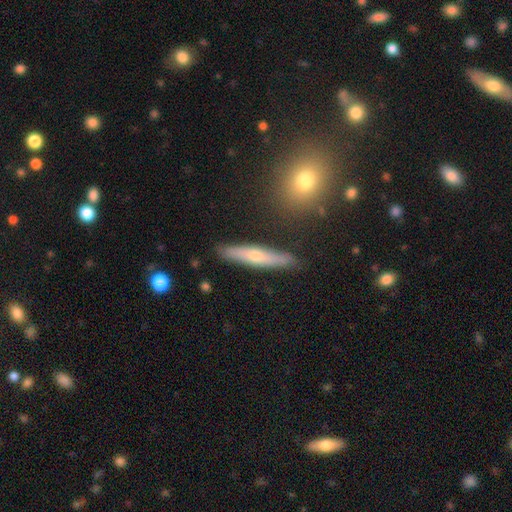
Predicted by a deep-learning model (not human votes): smooth-or-featured: smooth: 49% | featured or disk: 45% | star or artifact: 6%
  merging: none: 86% | minor disturbance: 10% | merger: 3% | major disturbance: 2%